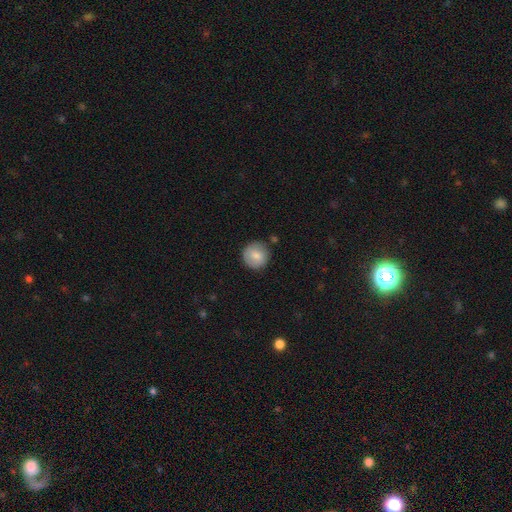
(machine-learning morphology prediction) This is clearly a smooth galaxy (83%). How rounded: clearly round (94%). Merging: clearly none (84%).